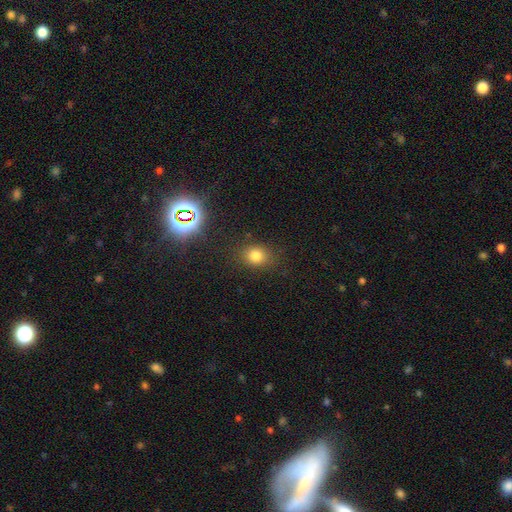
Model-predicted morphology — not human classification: Smooth or featured? smooth (77%)
How rounded? round (62%)
Merging? none (82%)